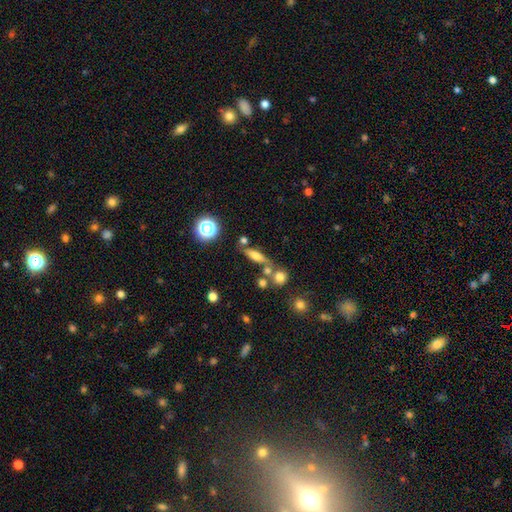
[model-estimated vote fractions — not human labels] Morphology: type=smooth (59%); roundness=cigar-shaped (45%, tied with in between); merging=none (61%).